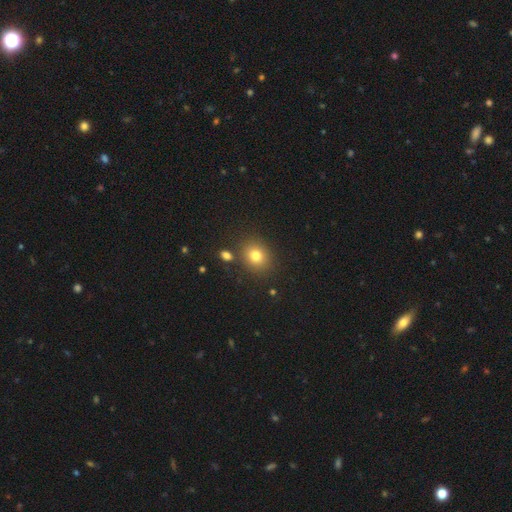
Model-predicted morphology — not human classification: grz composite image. It shows a smooth galaxy with no disk features (78%) that is round (70%). Merging: none (82%).